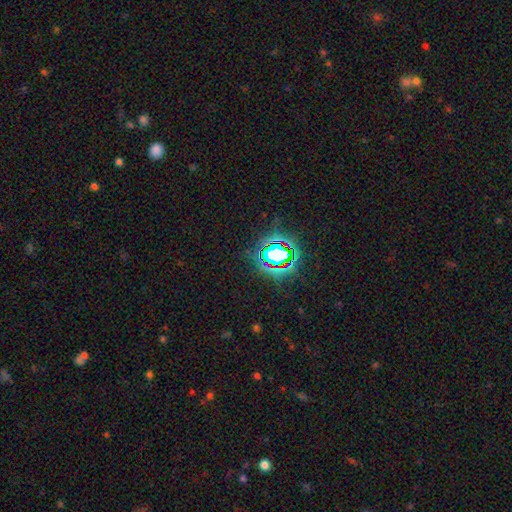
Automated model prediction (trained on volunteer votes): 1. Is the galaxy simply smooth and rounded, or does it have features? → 80% star or artifact, 12% smooth, 8% featured or disk.